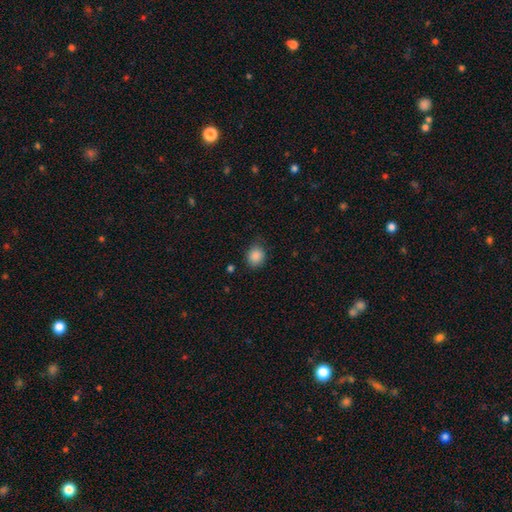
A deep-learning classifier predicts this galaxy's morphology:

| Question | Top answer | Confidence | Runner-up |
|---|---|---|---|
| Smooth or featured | smooth | 87% | star or artifact (9%) |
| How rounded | round | 66% | in between (33%) |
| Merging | none | 78% | minor disturbance (17%) |